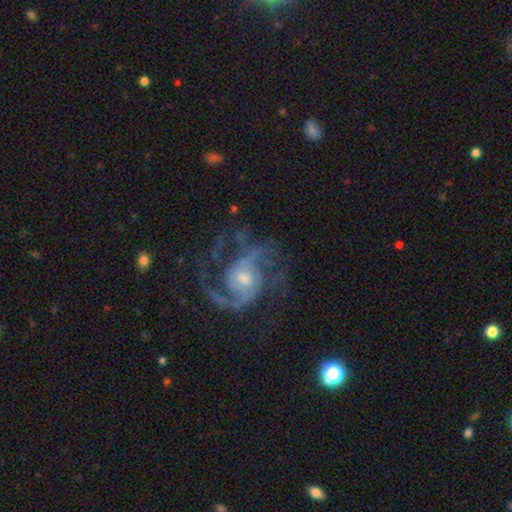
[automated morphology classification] A featured or disk galaxy (88%) with no bar (60%), 2 (61%) medium (55%) spiral arms (97%) and a small central bulge (52%).

Vote fractions:
- Smooth or featured? featured or disk: 88% / star or artifact: 8% / smooth: 4%
- Edge-on disk? no: 98% / yes: 2%
- Bar? no: 60% / weak: 31% / strong: 10%
- Spiral arms? yes: 97% / no: 3%
- Spiral winding? medium: 55% / tight: 30% / loose: 15%
- Spiral arm count? 2: 61% / 3: 16% / can't tell: 10% / 1: 5% / 4: 4% / more than 4: 4%
- Bulge size? small: 52% / moderate: 41% / large: 3% / none: 3% / dominant: 1%
- Merging? none: 68% / minor disturbance: 15% / major disturbance: 15% / merger: 2%